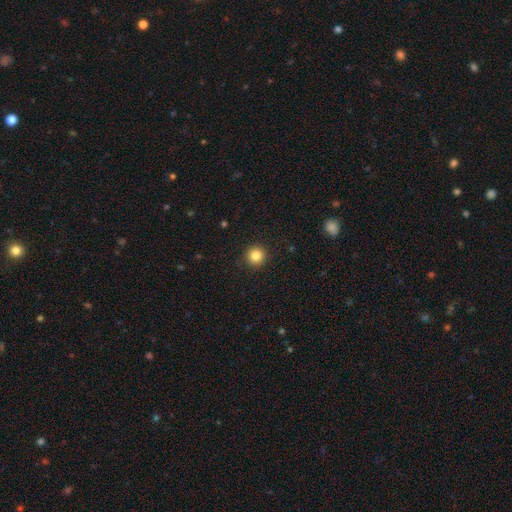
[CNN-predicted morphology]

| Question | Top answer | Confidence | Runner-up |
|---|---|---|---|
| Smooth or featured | smooth | 84% | star or artifact (11%) |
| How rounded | round | 95% | in between (4%) |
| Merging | none | 92% | minor disturbance (5%) |